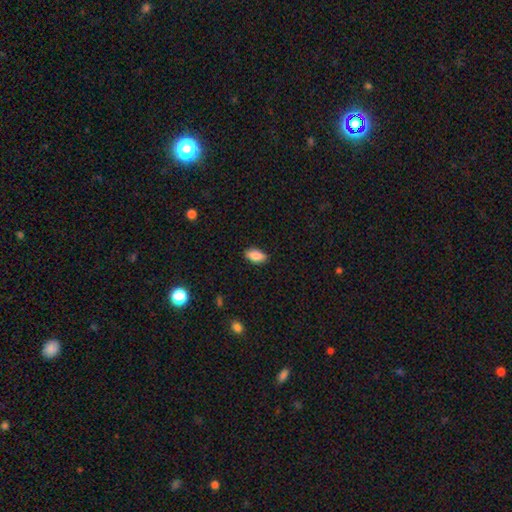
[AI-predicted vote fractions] smooth_or_featured: smooth (p=0.86) [alt: star or artifact p=0.07]
how_rounded: in between (p=0.92) [alt: cigar-shaped p=0.05]
merging: none (p=0.88) [alt: minor disturbance p=0.09]